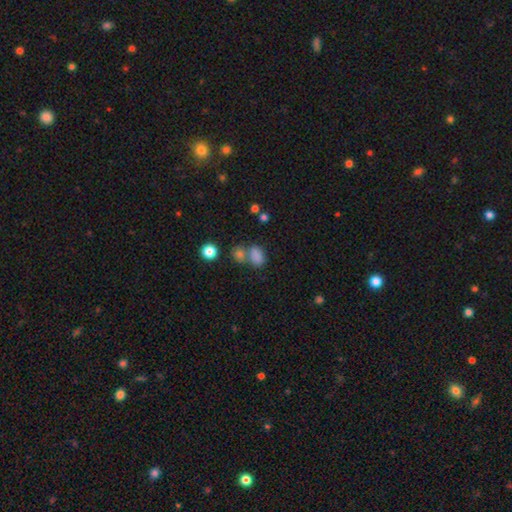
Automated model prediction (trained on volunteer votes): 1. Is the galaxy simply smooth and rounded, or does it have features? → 80% smooth, 13% star or artifact, 7% featured or disk.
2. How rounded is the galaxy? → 78% in between, 21% round, 2% cigar-shaped.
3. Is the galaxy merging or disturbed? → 44% none, 39% merger, 12% minor disturbance, 6% major disturbance.